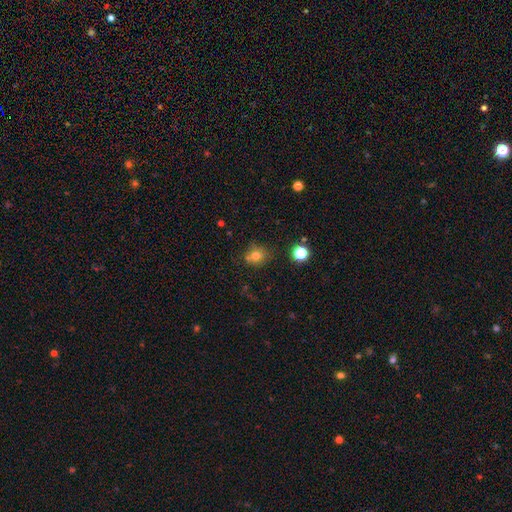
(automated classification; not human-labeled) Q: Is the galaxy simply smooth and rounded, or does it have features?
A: smooth — 74%.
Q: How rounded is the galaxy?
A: round — 78%.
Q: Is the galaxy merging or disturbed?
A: none — 64%.